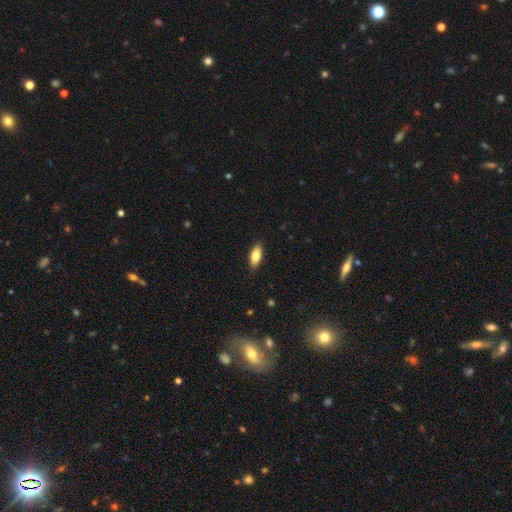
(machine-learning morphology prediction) Q: Smooth or featured?
A: smooth (77%); runner-up: featured or disk (17%)
Q: How rounded?
A: in between (80%); runner-up: cigar-shaped (17%)
Q: Merging?
A: none (86%); runner-up: minor disturbance (11%)